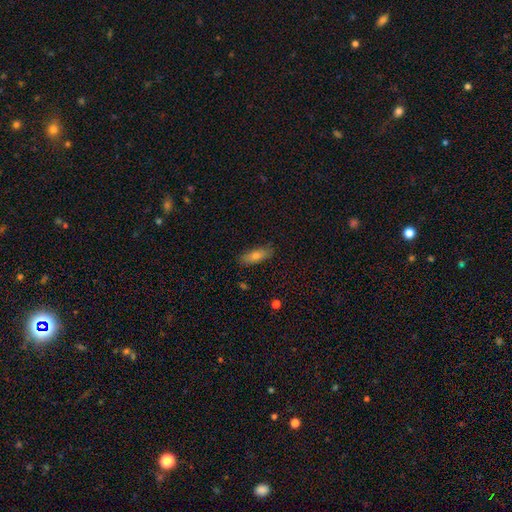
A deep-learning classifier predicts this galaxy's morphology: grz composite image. It shows a smooth galaxy with no disk features (72%) that is in between round and cigar-shaped (63%). Merging: none (85%).